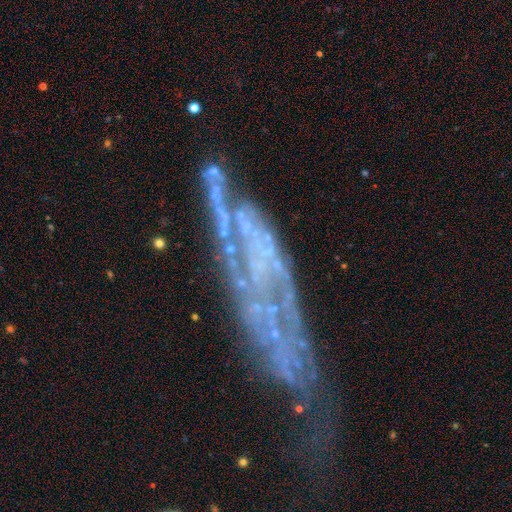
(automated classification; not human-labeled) This is likely a featured or disk galaxy (74%). It is likely not viewed edge-on (71%). Bar: likely no (75%). Spiral arm pattern: possibly yes (55%). Central bulge: likely none (67%). Merging: possibly none (45%).